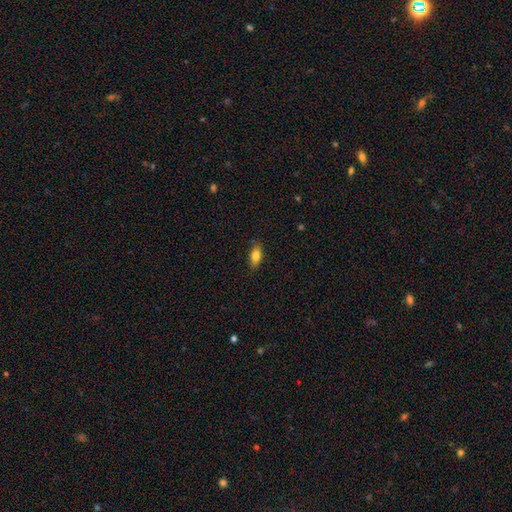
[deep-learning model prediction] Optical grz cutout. It shows a smooth galaxy with no disk features (82%) that is in between round and cigar-shaped (85%). Merging: none (83%).